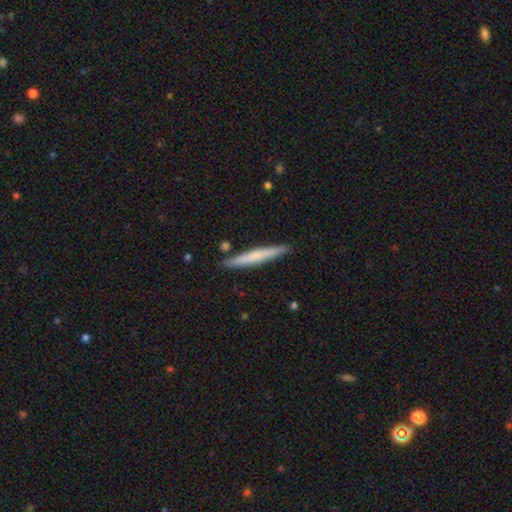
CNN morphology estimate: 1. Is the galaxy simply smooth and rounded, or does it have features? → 58% smooth, 36% featured or disk, 6% star or artifact.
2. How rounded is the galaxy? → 96% cigar-shaped, 3% in between, 1% round.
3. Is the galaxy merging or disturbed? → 89% none, 7% minor disturbance, 2% merger, 1% major disturbance.